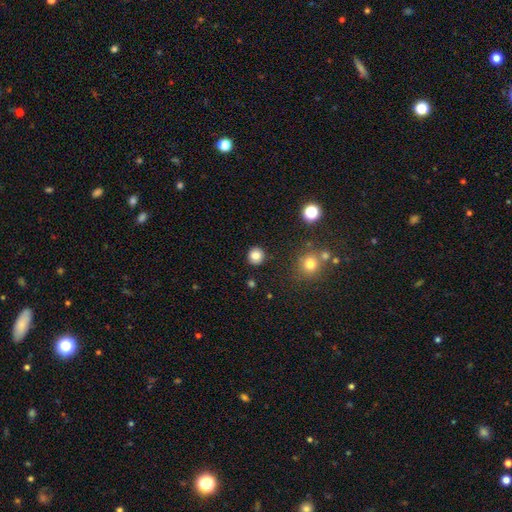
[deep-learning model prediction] Q: Smooth or featured?
A: smooth (84%); runner-up: star or artifact (11%)
Q: How rounded?
A: round (90%); runner-up: in between (9%)
Q: Merging?
A: none (90%); runner-up: minor disturbance (6%)